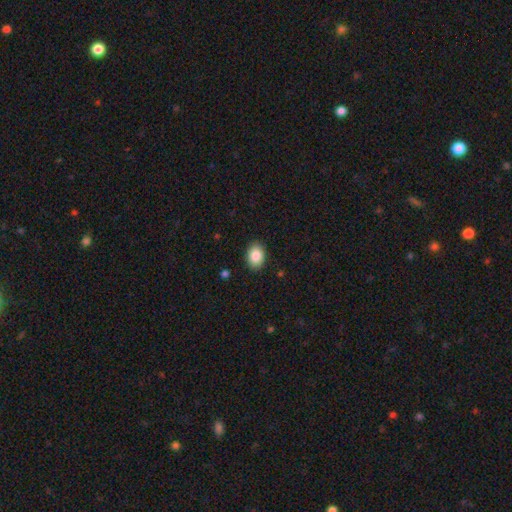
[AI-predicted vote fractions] Smooth or featured? Predicted: smooth (p=0.88). How rounded? Predicted: in between (p=0.78). Merging? Predicted: none (p=0.89).